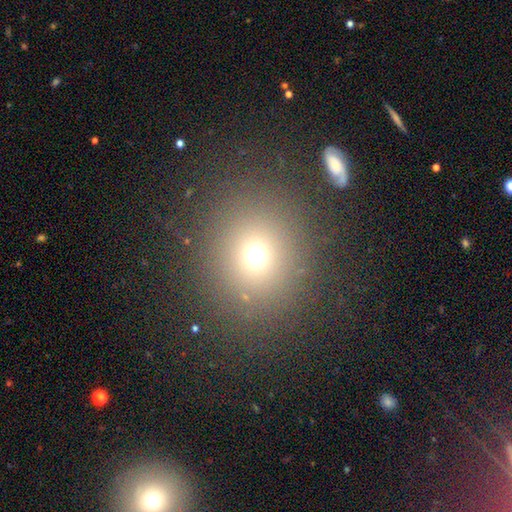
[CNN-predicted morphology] This is likely a smooth galaxy (68%). How rounded: clearly round (87%). Merging: clearly none (84%).